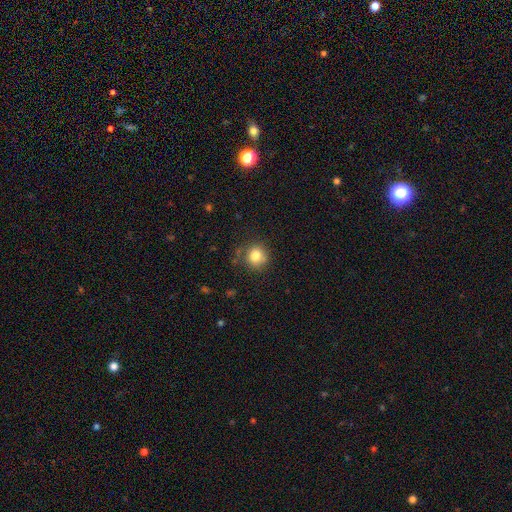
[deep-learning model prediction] smooth_or_featured: smooth (p=0.82) [alt: star or artifact p=0.11]
how_rounded: round (p=0.91) [alt: in between p=0.08]
merging: none (p=0.80) [alt: minor disturbance p=0.13]